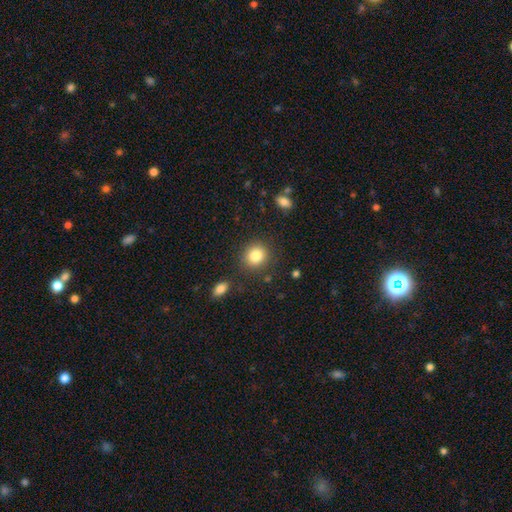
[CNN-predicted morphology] Overall: smooth (84%). How rounded: round (83%). Merging: none (86%).